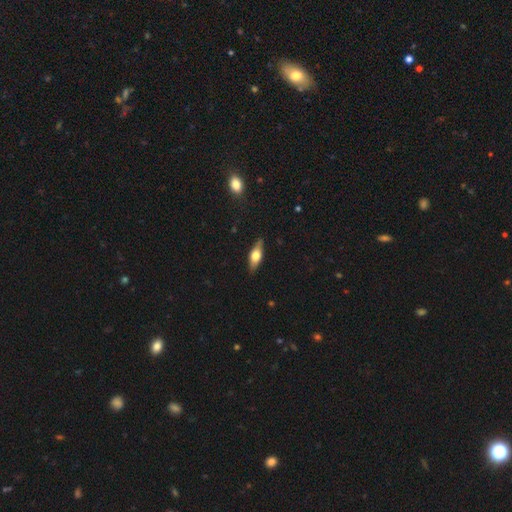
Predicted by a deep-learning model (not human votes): Morphology: type=smooth (47%, tied with featured or disk); merging=none (85%).